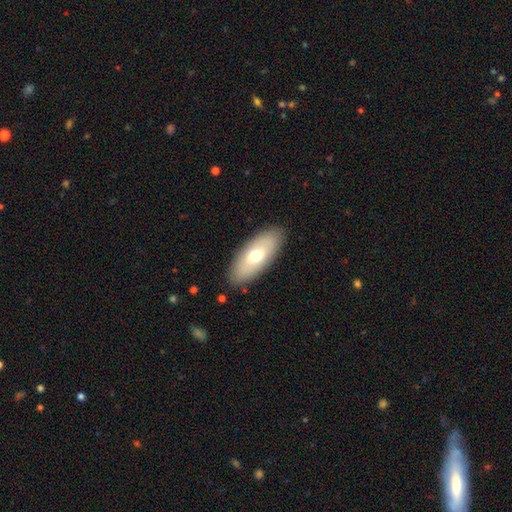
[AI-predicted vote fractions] Smooth or featured? smooth (64%)
How rounded? in between (82%)
Merging? none (88%)